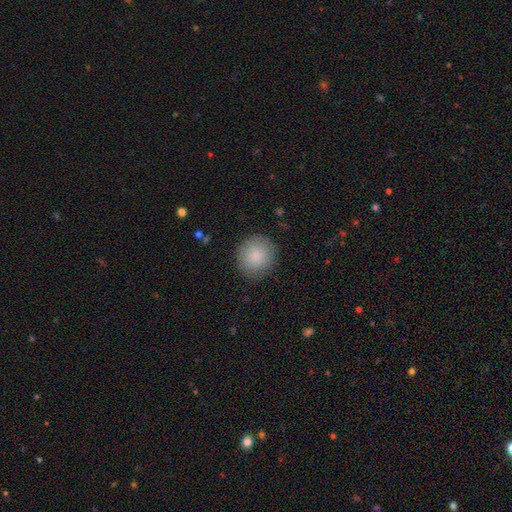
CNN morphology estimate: Smooth or featured: smooth — 86% (star or artifact — 7%)
How rounded: round — 91% (in between — 8%)
Merging: none — 85% (minor disturbance — 11%)